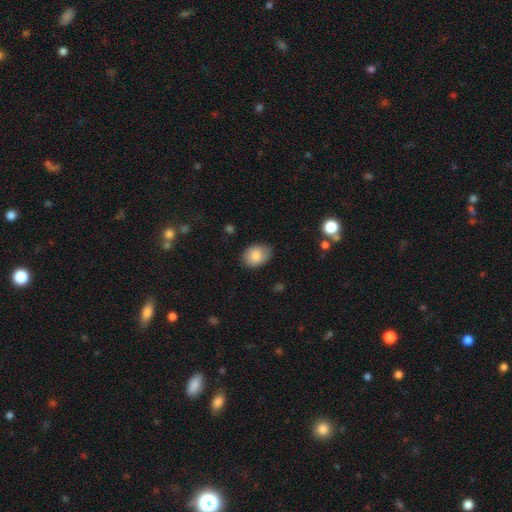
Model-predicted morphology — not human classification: This appears to be a smooth galaxy with no disk features (83%) that is in between round and cigar-shaped (71%). Merging: none (78%).